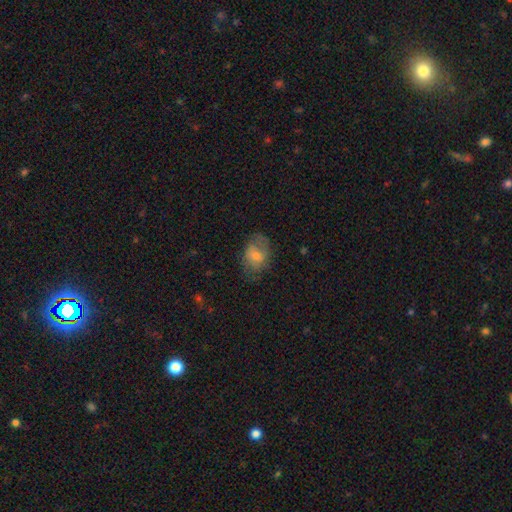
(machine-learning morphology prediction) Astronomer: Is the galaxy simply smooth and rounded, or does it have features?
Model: smooth — 56% (runner-up: featured or disk, 35%).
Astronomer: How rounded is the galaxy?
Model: in between — 72%.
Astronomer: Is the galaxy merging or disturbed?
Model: none — 64%.